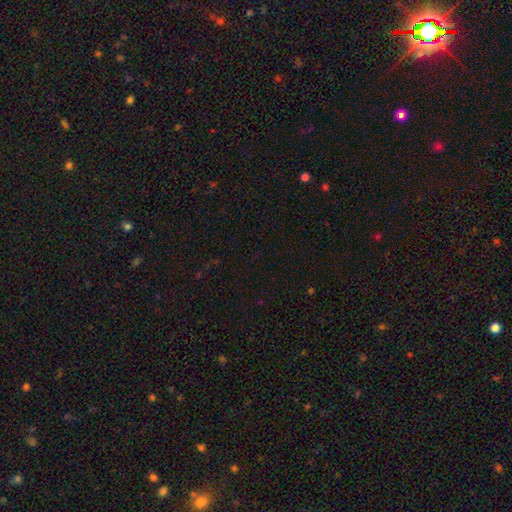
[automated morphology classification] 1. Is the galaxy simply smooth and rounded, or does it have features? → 70% star or artifact, 23% smooth, 7% featured or disk.